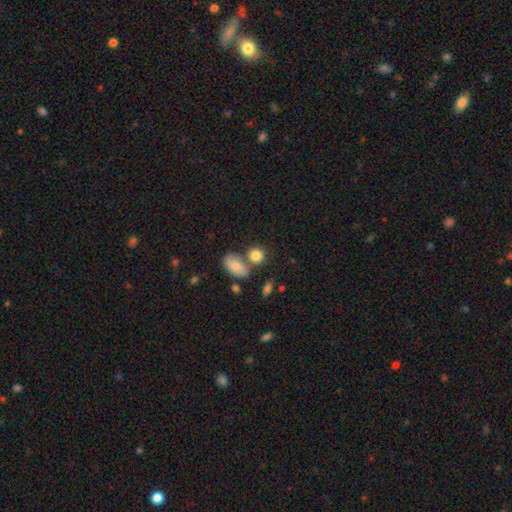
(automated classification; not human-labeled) A smooth galaxy with no disk features (84%) that is round (71%). Merging: none (57%).